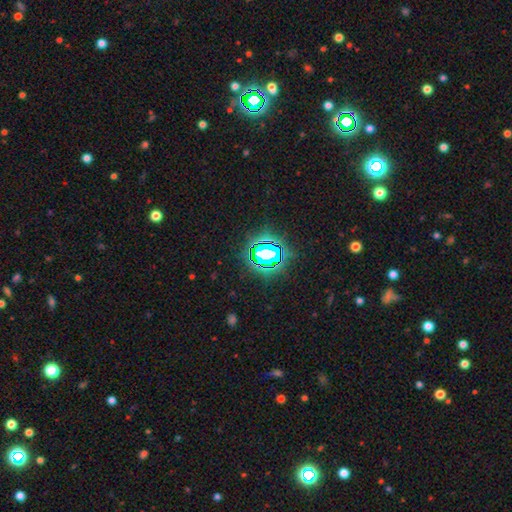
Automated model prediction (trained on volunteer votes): A star or artifact, not a galaxy (76%).

Vote fractions:
- Smooth or featured? star or artifact: 76% / smooth: 14% / featured or disk: 10%